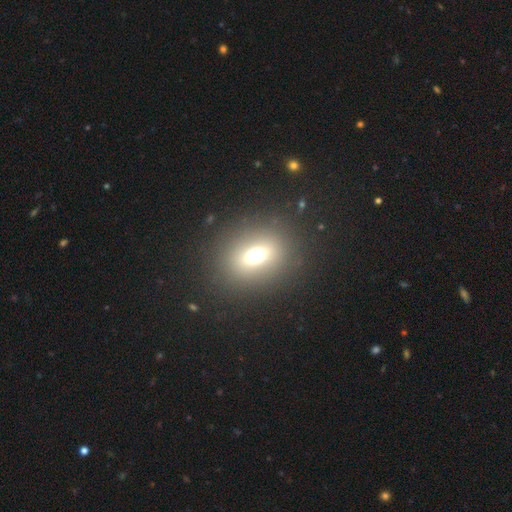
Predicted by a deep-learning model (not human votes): A smooth galaxy with no disk features (64%) that is round (53%).

Vote fractions:
- Smooth or featured? smooth: 64% / star or artifact: 20% / featured or disk: 16%
- How rounded? round: 53% / in between: 45% / cigar-shaped: 2%
- Merging? none: 85% / minor disturbance: 8% / major disturbance: 5% / merger: 2%